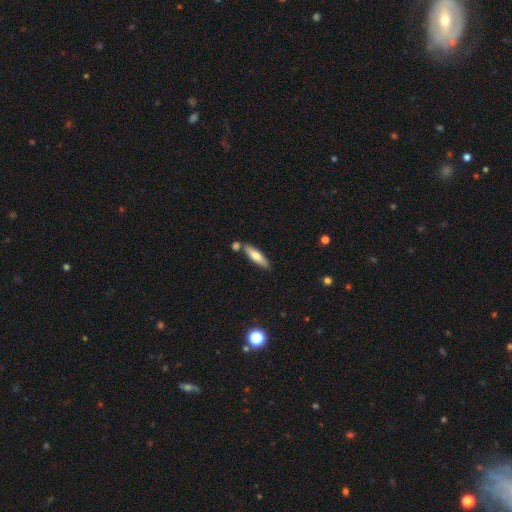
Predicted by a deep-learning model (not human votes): Smooth or featured? Predicted: smooth (p=0.68). How rounded? Predicted: cigar-shaped (p=0.66). Merging? Predicted: none (p=0.73).